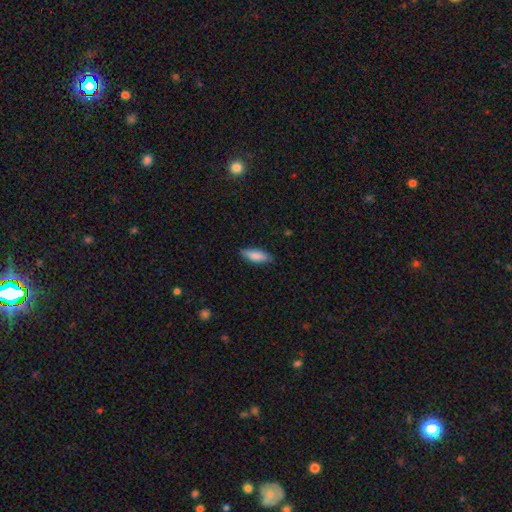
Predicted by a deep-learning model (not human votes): A smooth galaxy with no disk features (84%) that is in between round and cigar-shaped (66%).

Vote fractions:
- Smooth or featured? smooth: 84% / featured or disk: 10% / star or artifact: 6%
- How rounded? in between: 66% / cigar-shaped: 32% / round: 2%
- Merging? none: 82% / minor disturbance: 14% / major disturbance: 2% / merger: 1%